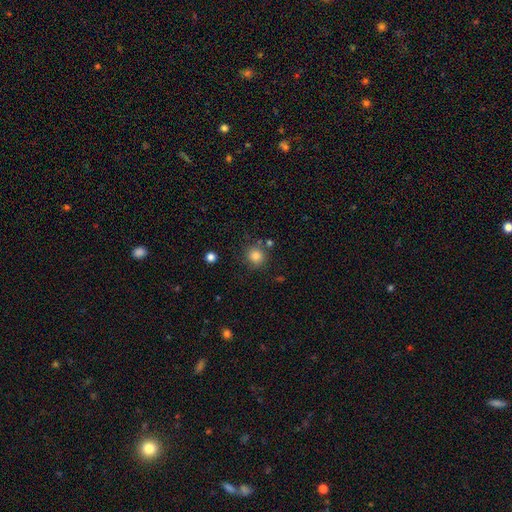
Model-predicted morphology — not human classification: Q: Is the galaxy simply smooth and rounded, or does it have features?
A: smooth — 83%.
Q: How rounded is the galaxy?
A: round — 91%.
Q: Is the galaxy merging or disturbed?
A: none — 80%.